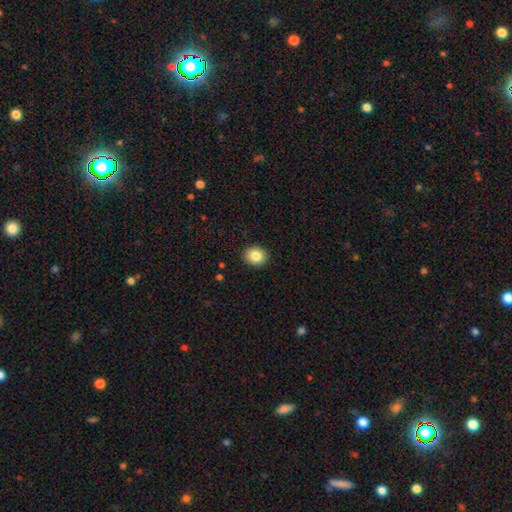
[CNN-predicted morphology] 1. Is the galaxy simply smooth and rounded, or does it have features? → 84% smooth, 9% star or artifact, 7% featured or disk.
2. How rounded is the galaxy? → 74% round, 25% in between, 1% cigar-shaped.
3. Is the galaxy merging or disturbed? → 91% none, 6% minor disturbance, 2% major disturbance, 1% merger.